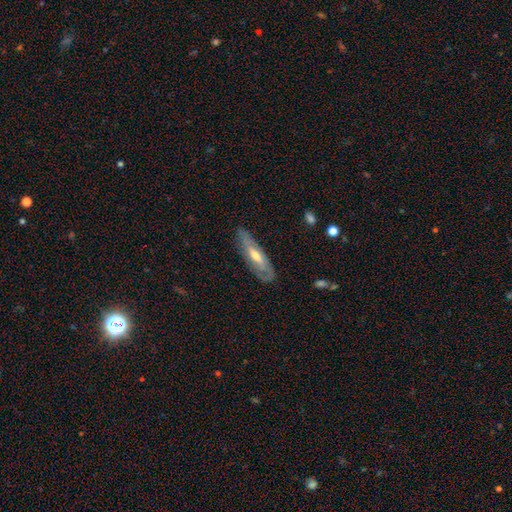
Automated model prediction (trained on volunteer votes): smooth-or-featured: featured or disk: 59% | smooth: 35% | star or artifact: 6%
  disk-edge-on: no: 59% | yes: 41%
  merging: none: 78% | minor disturbance: 16% | major disturbance: 4% | merger: 1%